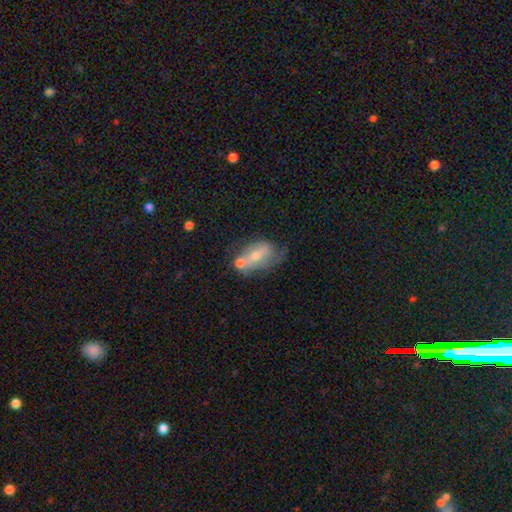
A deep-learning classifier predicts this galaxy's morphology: smooth_or_featured: featured or disk (p=0.47) [alt: smooth p=0.45]
merging: none (p=0.33) [tied with: merger p=0.33]